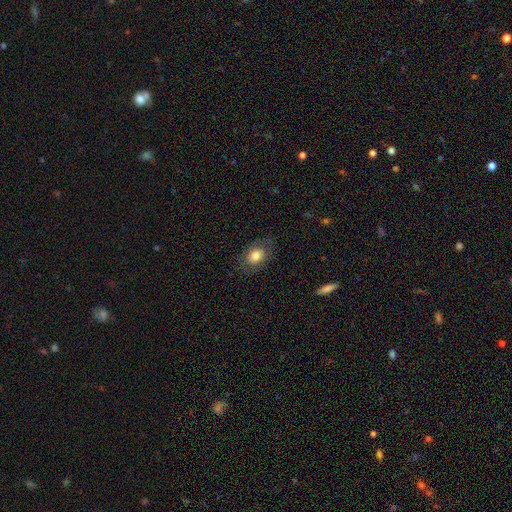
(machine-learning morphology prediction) Q: Smooth or featured?
A: smooth (74%); runner-up: featured or disk (17%)
Q: How rounded?
A: in between (72%); runner-up: round (27%)
Q: Merging?
A: none (78%); runner-up: minor disturbance (15%)